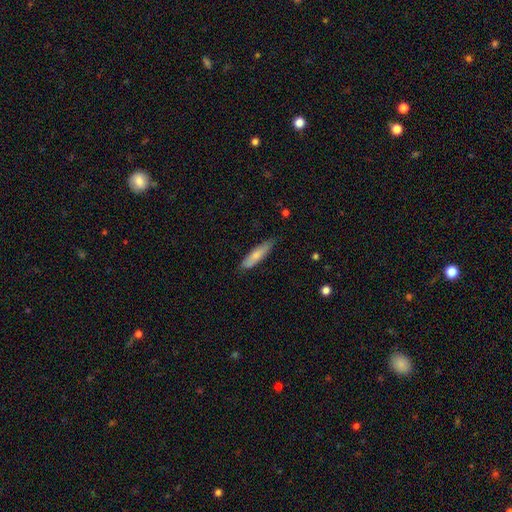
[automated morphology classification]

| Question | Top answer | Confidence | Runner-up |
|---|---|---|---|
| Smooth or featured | smooth | 74% | featured or disk (21%) |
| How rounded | cigar-shaped | 73% | in between (26%) |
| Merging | none | 81% | minor disturbance (15%) |